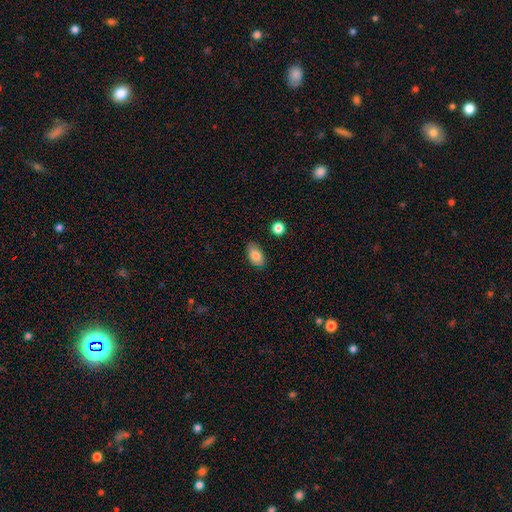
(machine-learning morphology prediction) Smooth or featured: smooth — 84% (featured or disk — 9%)
How rounded: in between — 92% (round — 6%)
Merging: none — 83% (minor disturbance — 12%)